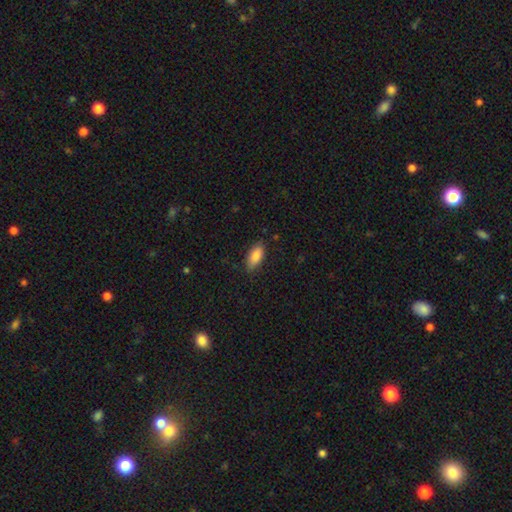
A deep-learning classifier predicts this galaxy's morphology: Q: Smooth or featured?
A: smooth (86%); runner-up: featured or disk (8%)
Q: How rounded?
A: in between (87%); runner-up: cigar-shaped (11%)
Q: Merging?
A: none (83%); runner-up: minor disturbance (13%)